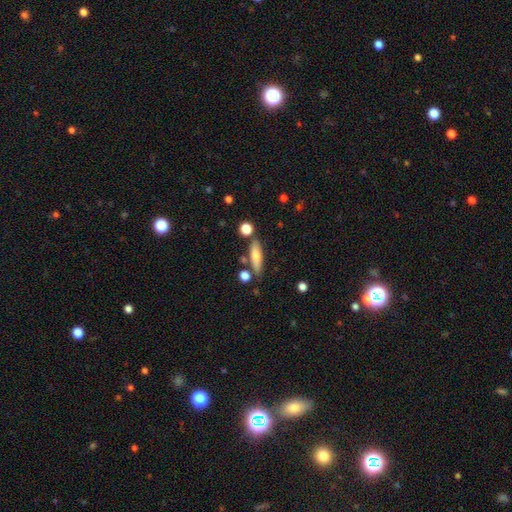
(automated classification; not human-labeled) Q: Smooth or featured?
A: smooth (65%); runner-up: featured or disk (28%)
Q: How rounded?
A: cigar-shaped (60%); runner-up: in between (37%)
Q: Merging?
A: none (74%); runner-up: minor disturbance (14%)